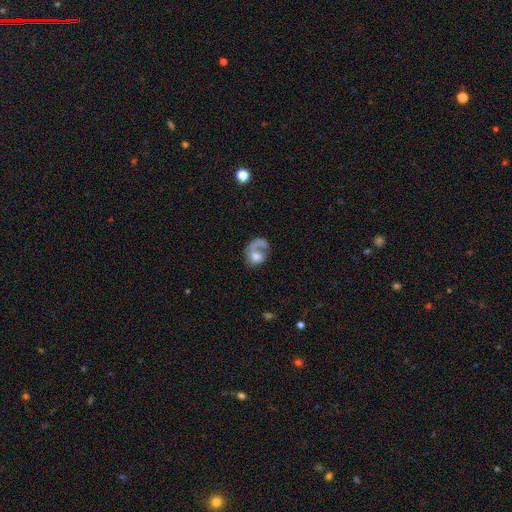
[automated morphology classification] This appears to be a featured or disk galaxy (47%). Merging: major disturbance (35%).